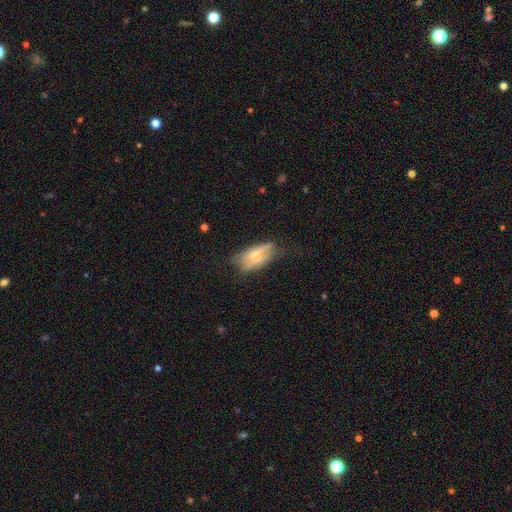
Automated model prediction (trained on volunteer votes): A smooth galaxy with no disk features (53%) that is in between round and cigar-shaped (86%).

Vote fractions:
- Smooth or featured? smooth: 53% / featured or disk: 39% / star or artifact: 9%
- How rounded? in between: 86% / cigar-shaped: 11% / round: 4%
- Merging? none: 54% / minor disturbance: 31% / major disturbance: 13% / merger: 2%